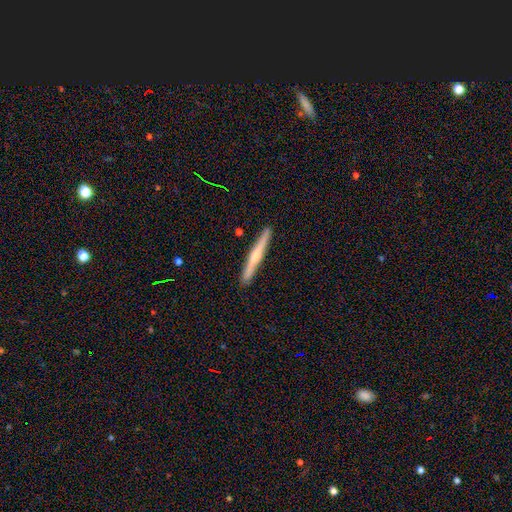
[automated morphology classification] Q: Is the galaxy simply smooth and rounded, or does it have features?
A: featured or disk — 53%.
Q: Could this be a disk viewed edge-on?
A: yes — 97%.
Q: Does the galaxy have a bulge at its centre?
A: rounded — 54%.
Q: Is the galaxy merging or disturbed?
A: none — 91%.